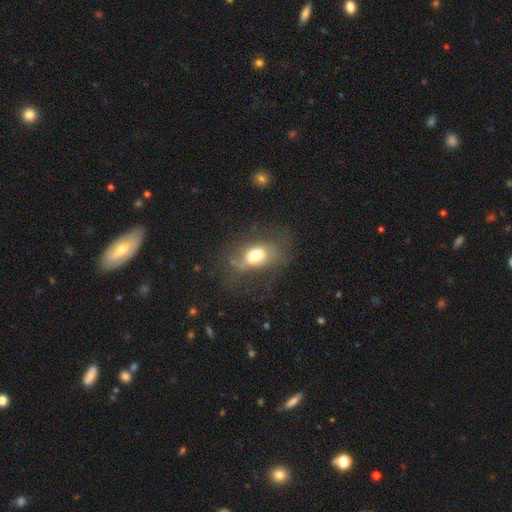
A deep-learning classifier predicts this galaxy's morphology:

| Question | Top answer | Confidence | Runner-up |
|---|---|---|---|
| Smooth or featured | smooth | 59% | featured or disk (29%) |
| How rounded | in between | 74% | round (24%) |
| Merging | none | 47% | major disturbance (26%) |